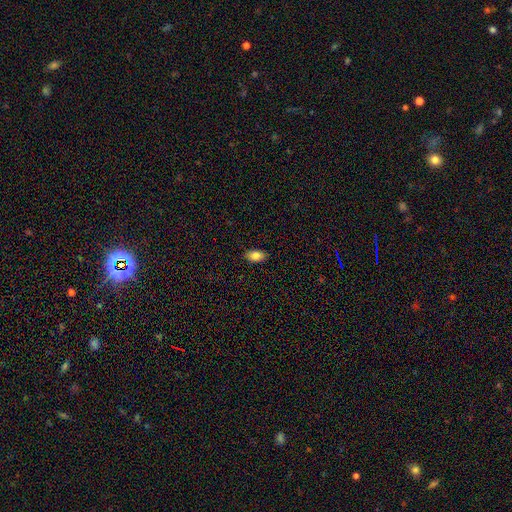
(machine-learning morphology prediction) smooth_or_featured: smooth (p=0.84) [alt: featured or disk p=0.08]
how_rounded: in between (p=0.91) [alt: round p=0.06]
merging: none (p=0.88) [alt: minor disturbance p=0.09]